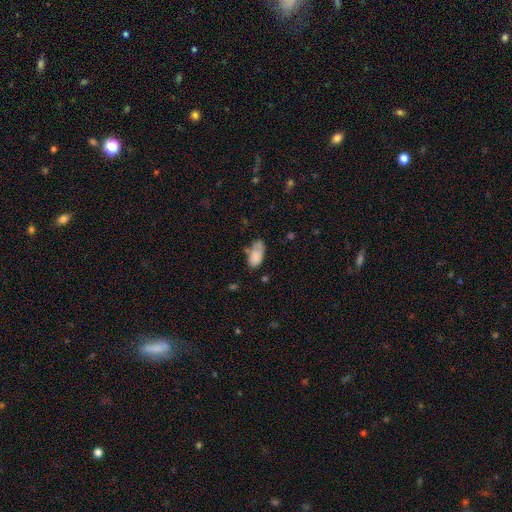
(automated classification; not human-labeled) A smooth galaxy with no disk features (80%) that is in between round and cigar-shaped (92%). Merging: none (45%).